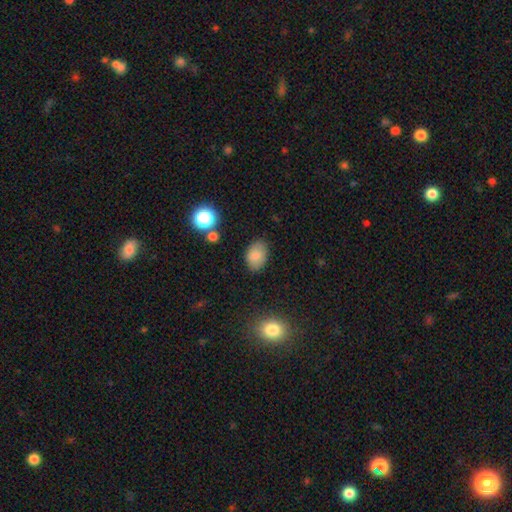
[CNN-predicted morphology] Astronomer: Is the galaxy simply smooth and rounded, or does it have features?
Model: smooth — 82%.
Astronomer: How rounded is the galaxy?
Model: in between — 81%.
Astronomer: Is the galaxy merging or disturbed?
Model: none — 80%.